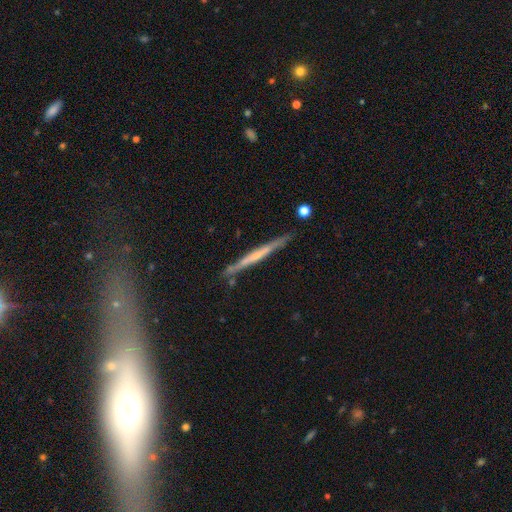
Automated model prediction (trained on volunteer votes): Overall: featured or disk (62%; smooth 32%). Edge-on disk: yes (96%). Edge-on bulge: none (74%). Merging: none (83%).